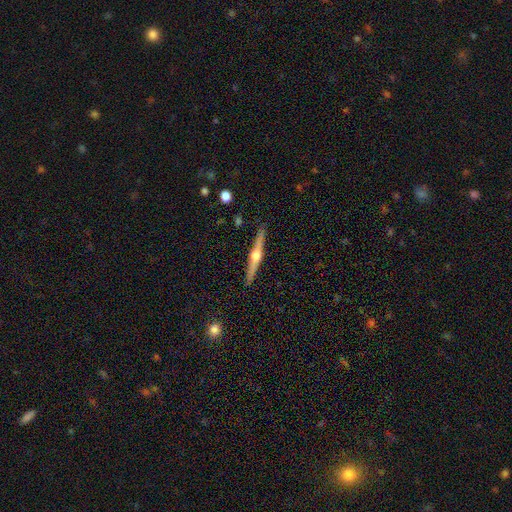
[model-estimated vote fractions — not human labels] Smooth or featured? Predicted: featured or disk (p=0.78). Edge-on disk? Predicted: yes (p=0.98). Edge-on bulge? Predicted: rounded (p=0.95). Merging? Predicted: none (p=0.91).